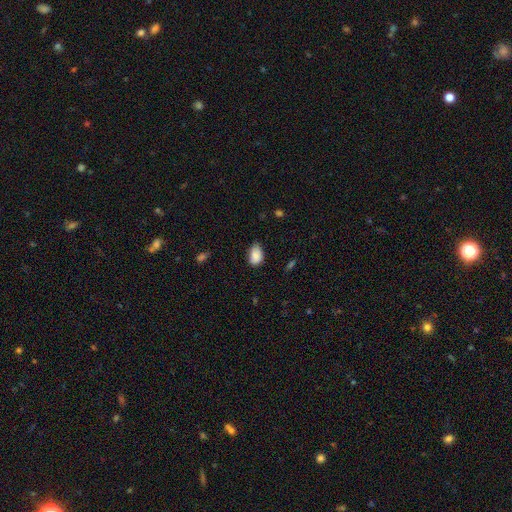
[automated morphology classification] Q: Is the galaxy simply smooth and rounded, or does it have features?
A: smooth — 86%.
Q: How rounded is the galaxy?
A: in between — 88%.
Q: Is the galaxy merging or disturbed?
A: none — 60%.